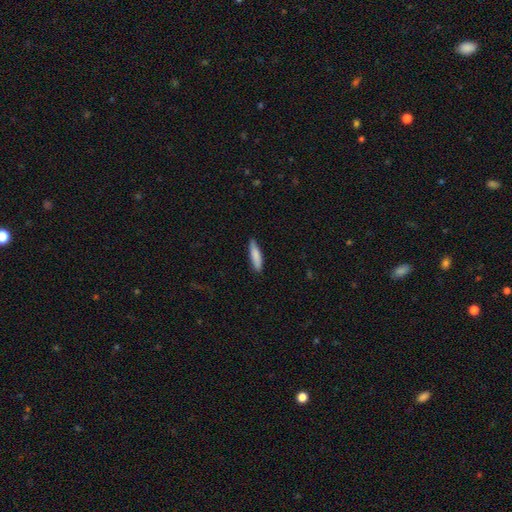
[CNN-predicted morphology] Smooth or featured? Predicted: smooth (p=0.84). How rounded? Predicted: cigar-shaped (p=0.75). Merging? Predicted: none (p=0.85).